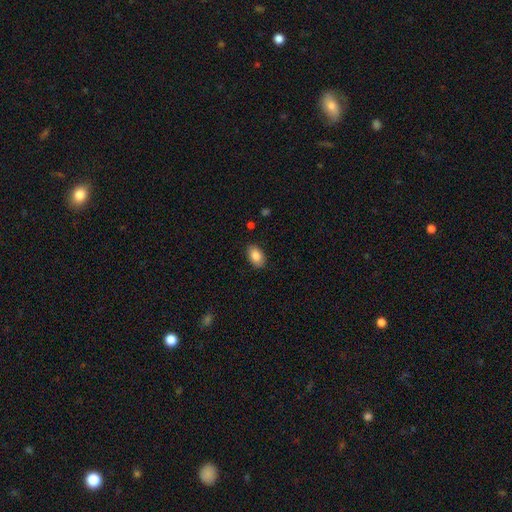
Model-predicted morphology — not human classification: This is clearly a smooth galaxy (86%). How rounded: clearly in between (92%). Merging: clearly none (87%).